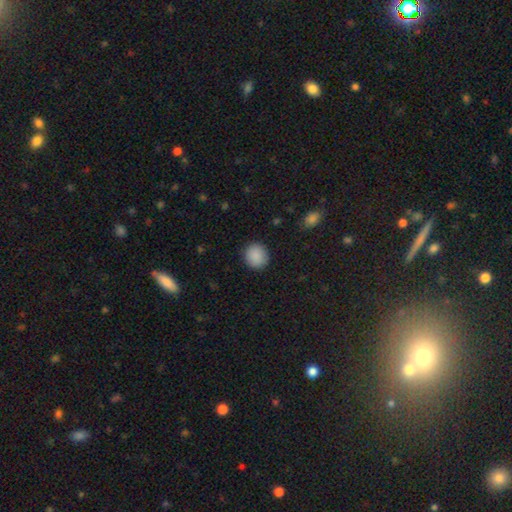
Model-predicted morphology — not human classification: A smooth galaxy with no disk features (89%) that is round (83%). Merging: none (89%).